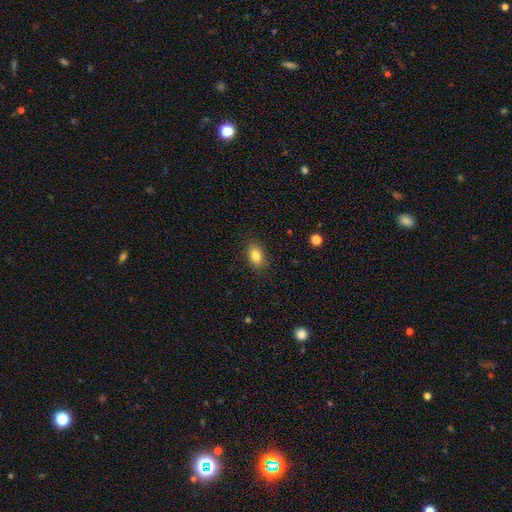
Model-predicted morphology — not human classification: Smooth or featured: smooth — 85% (star or artifact — 9%)
How rounded: in between — 76% (round — 23%)
Merging: none — 85% (minor disturbance — 11%)